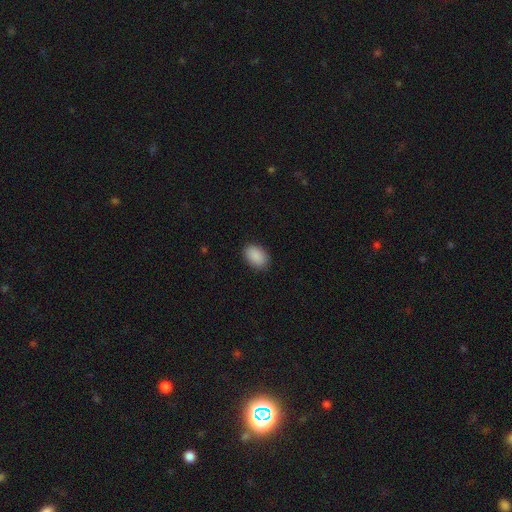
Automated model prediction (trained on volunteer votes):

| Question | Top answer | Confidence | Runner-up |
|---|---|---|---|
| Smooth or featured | smooth | 90% | star or artifact (7%) |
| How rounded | in between | 87% | round (12%) |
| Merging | none | 87% | minor disturbance (9%) |